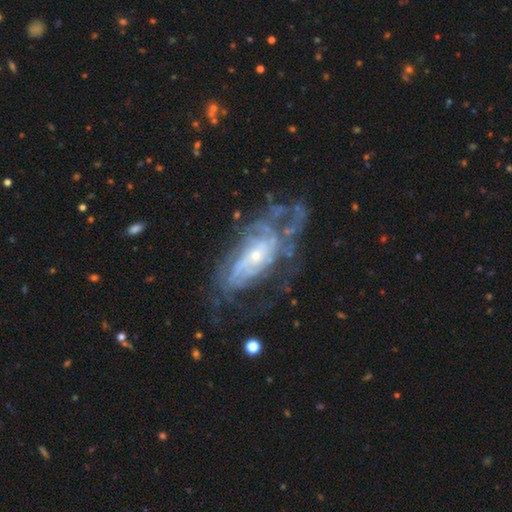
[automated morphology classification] Smooth or featured? Predicted: featured or disk (p=0.84). Edge-on disk? Predicted: no (p=0.92). Bar? Predicted: no (p=0.70). Spiral arms? Predicted: yes (p=0.87). Spiral winding? Predicted: tight (p=0.59). Spiral arm count? Predicted: can't tell (p=0.49). Bulge size? Predicted: small (p=0.68). Merging? Predicted: none (p=0.53).